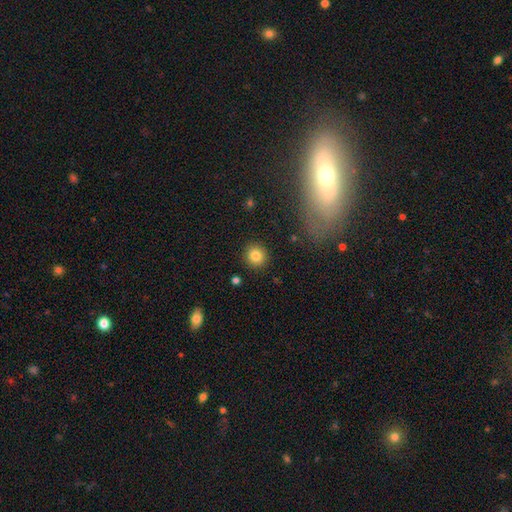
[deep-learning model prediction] Smooth or featured? Predicted: smooth (p=0.83). How rounded? Predicted: round (p=0.92). Merging? Predicted: none (p=0.91).